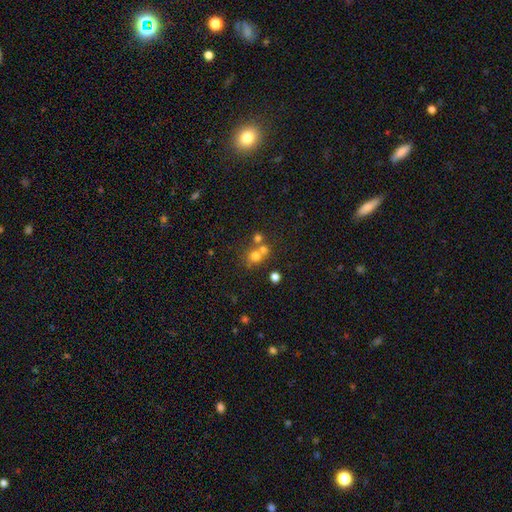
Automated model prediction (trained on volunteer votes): Smooth or featured?
  - smooth: 67% *
  - star or artifact: 18%
  - featured or disk: 15%
How rounded?
  - round: 81% *
  - in between: 18%
  - cigar-shaped: 1%
Merging?
  - merger: 45% *
  - none: 44%
  - minor disturbance: 7%
  - major disturbance: 4%